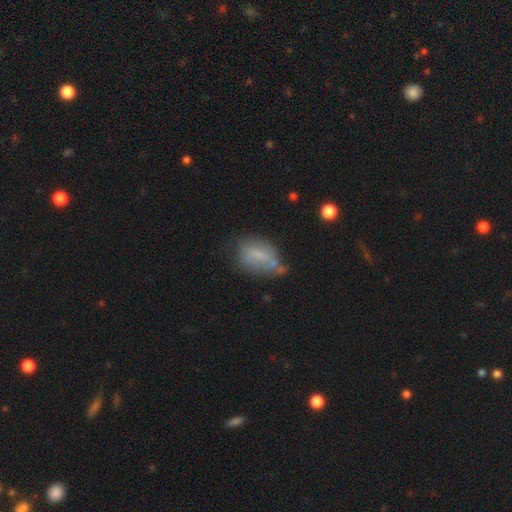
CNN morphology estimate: Smooth or featured?
  - smooth: 58% *
  - featured or disk: 30%
  - star or artifact: 12%
How rounded?
  - in between: 86% *
  - round: 9%
  - cigar-shaped: 5%
Merging?
  - none: 40% *
  - minor disturbance: 34%
  - major disturbance: 15%
  - merger: 11%